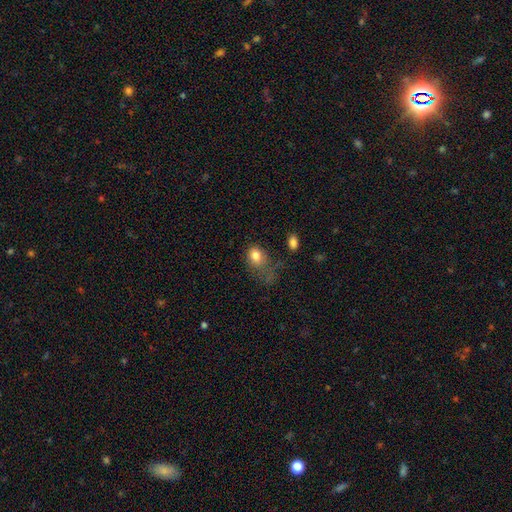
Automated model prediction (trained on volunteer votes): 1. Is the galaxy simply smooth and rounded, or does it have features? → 80% smooth, 11% featured or disk, 9% star or artifact.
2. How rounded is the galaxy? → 70% in between, 28% round, 1% cigar-shaped.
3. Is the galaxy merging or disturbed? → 38% major disturbance, 29% none, 26% minor disturbance, 6% merger.